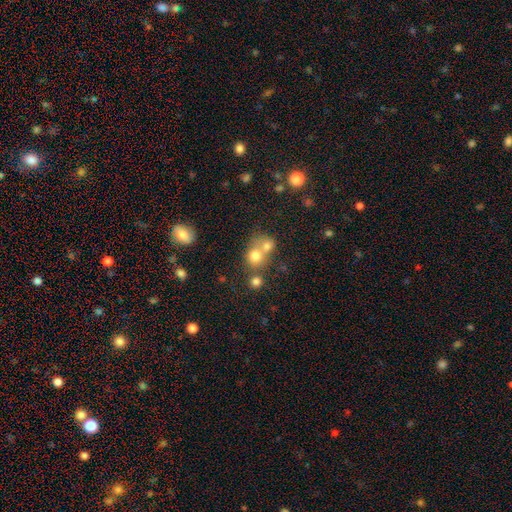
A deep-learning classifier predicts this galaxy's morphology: This is likely a smooth galaxy (73%). How rounded: likely round (76%). Merging: possibly merger (56%).